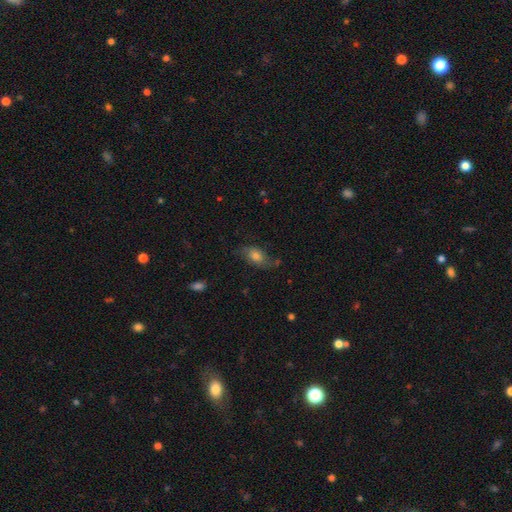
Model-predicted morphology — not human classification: A smooth galaxy with no disk features (52%) that is in between round and cigar-shaped (83%).

Vote fractions:
- Smooth or featured? smooth: 52% / featured or disk: 37% / star or artifact: 11%
- How rounded? in between: 83% / round: 11% / cigar-shaped: 6%
- Merging? none: 62% / minor disturbance: 24% / major disturbance: 11% / merger: 3%